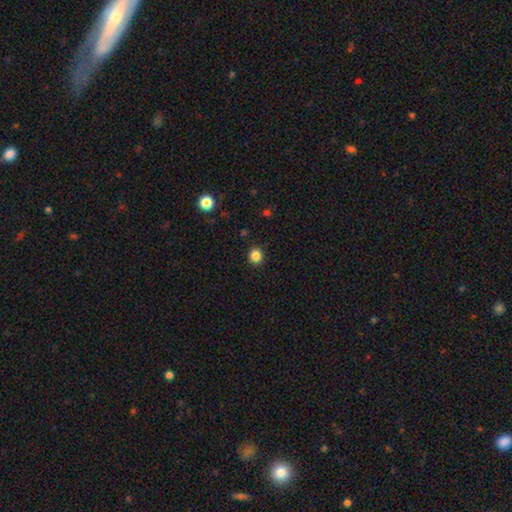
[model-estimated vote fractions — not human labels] Smooth or featured: smooth — 85% (star or artifact — 12%)
How rounded: round — 90% (in between — 9%)
Merging: none — 91% (minor disturbance — 6%)